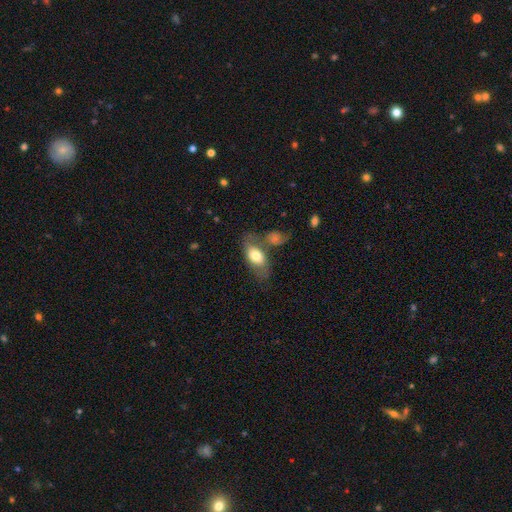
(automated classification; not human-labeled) Smooth or featured?
  - smooth: 69% *
  - featured or disk: 24%
  - star or artifact: 6%
How rounded?
  - in between: 89% *
  - round: 6%
  - cigar-shaped: 5%
Merging?
  - none: 49% *
  - merger: 24%
  - minor disturbance: 17%
  - major disturbance: 9%